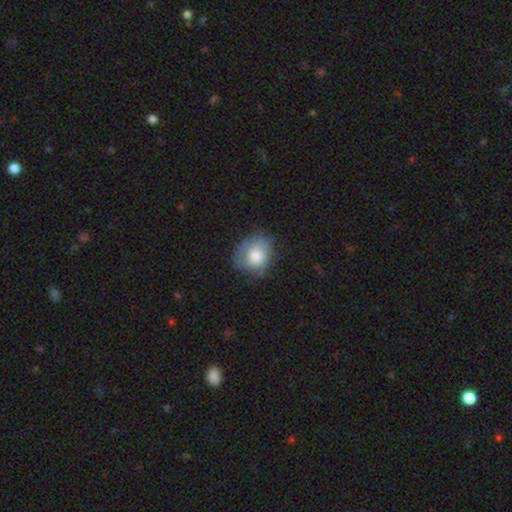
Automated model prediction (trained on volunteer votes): Smooth or featured: smooth — 72% (featured or disk — 21%)
How rounded: round — 61% (in between — 38%)
Merging: none — 58% (minor disturbance — 29%)